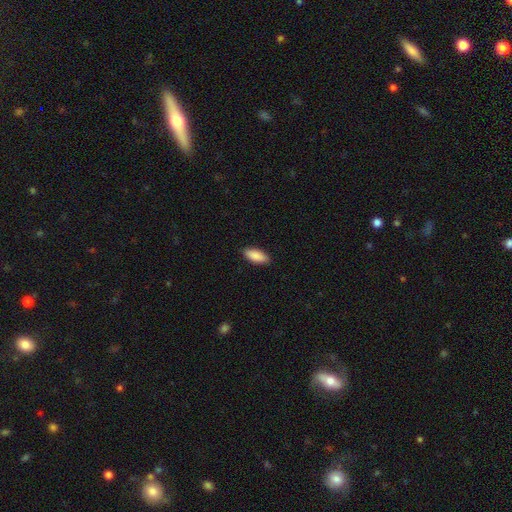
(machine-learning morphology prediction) type=smooth (89%); roundness=in between (85%); merging=none (89%).